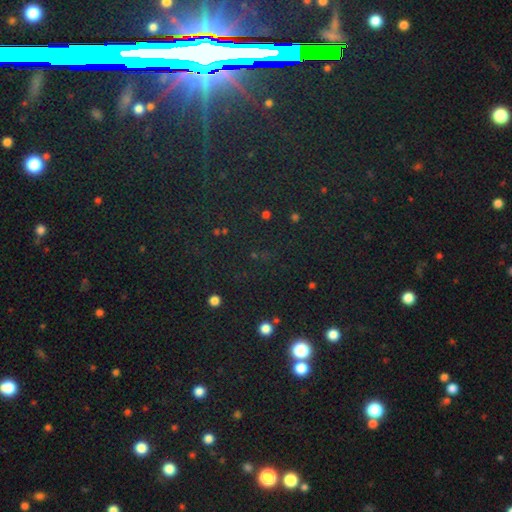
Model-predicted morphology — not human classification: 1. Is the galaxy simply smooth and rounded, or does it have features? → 78% star or artifact, 13% smooth, 9% featured or disk.